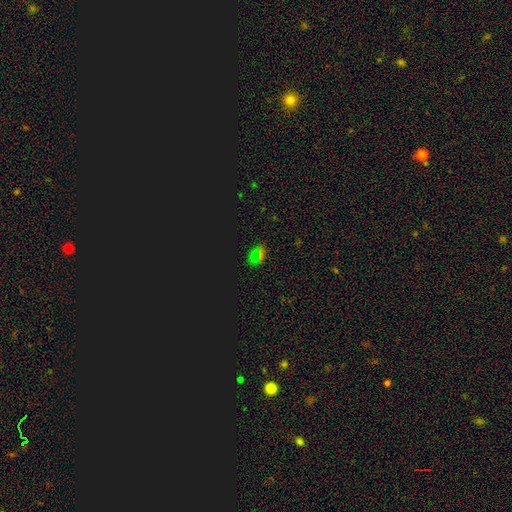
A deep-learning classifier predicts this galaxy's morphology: Smooth or featured? Predicted: star or artifact (p=0.56).